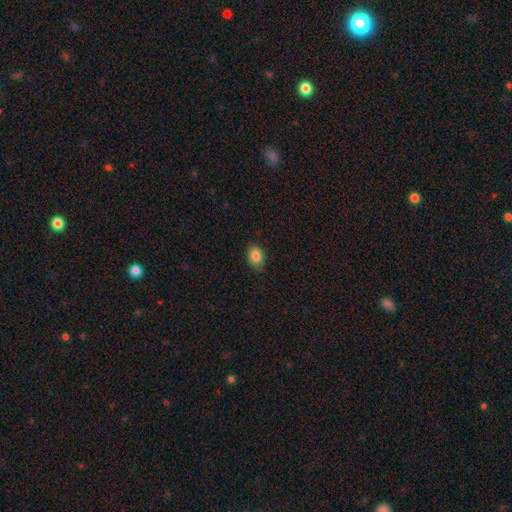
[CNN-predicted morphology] type=smooth (85%); roundness=in between (76%); merging=none (82%).